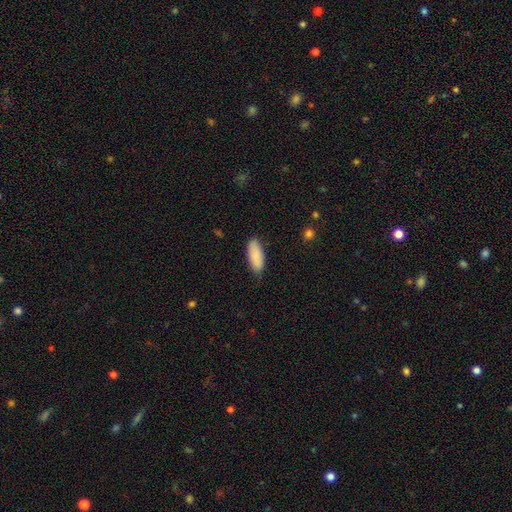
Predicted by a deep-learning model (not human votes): Smooth or featured? Predicted: smooth (p=0.89). How rounded? Predicted: in between (p=0.79). Merging? Predicted: none (p=0.83).